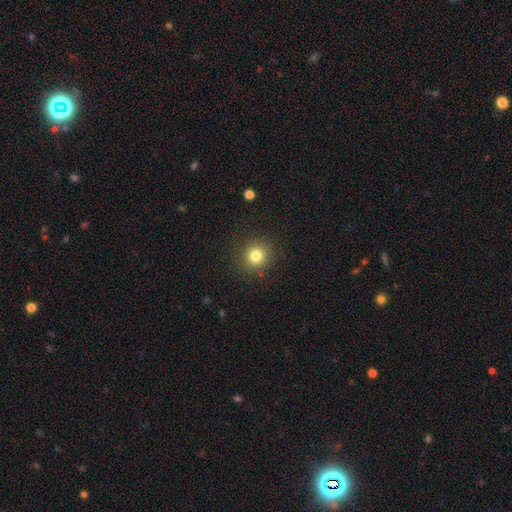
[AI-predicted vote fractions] This appears to be a smooth galaxy with no disk features (81%) that is round (91%). Merging: none (89%).